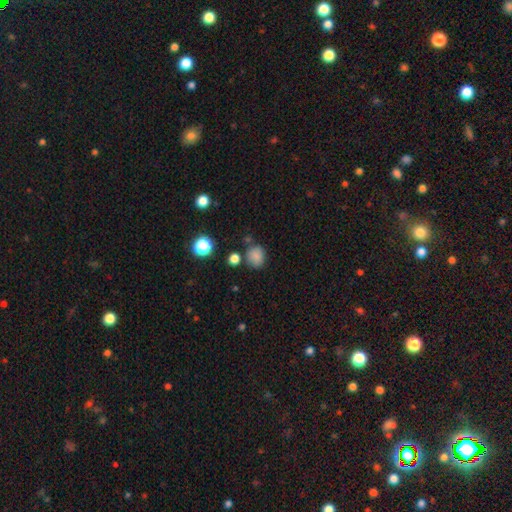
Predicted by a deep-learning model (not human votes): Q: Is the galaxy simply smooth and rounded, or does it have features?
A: smooth — 82%.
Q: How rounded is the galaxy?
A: round — 70%.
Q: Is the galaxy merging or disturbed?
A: none — 74%.